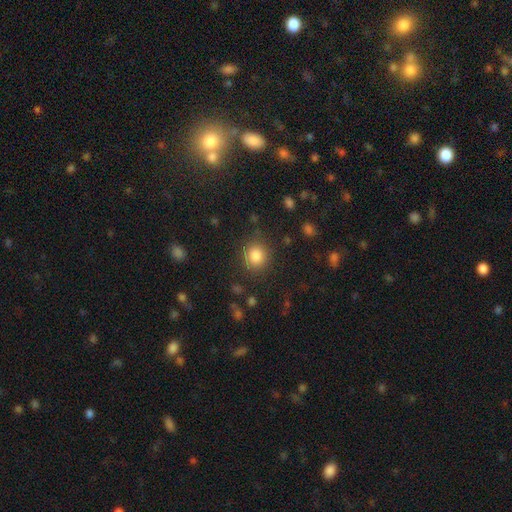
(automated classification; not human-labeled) Smooth or featured?
  - smooth: 84% *
  - star or artifact: 11%
  - featured or disk: 5%
How rounded?
  - round: 85% *
  - in between: 14%
  - cigar-shaped: 1%
Merging?
  - none: 85% *
  - minor disturbance: 10%
  - major disturbance: 4%
  - merger: 2%